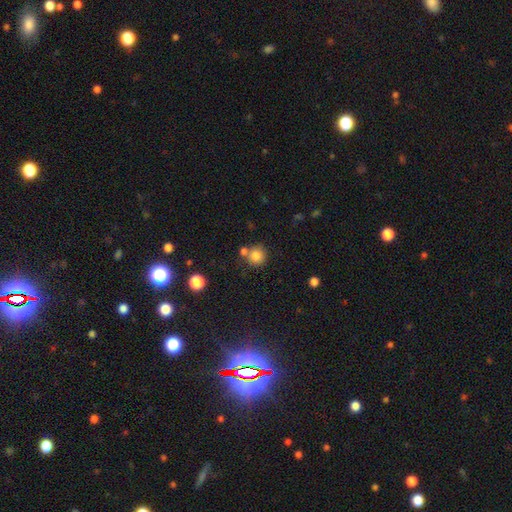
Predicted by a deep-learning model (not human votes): Smooth or featured: smooth — 82% (star or artifact — 11%)
How rounded: round — 92% (in between — 7%)
Merging: none — 66% (merger — 21%)